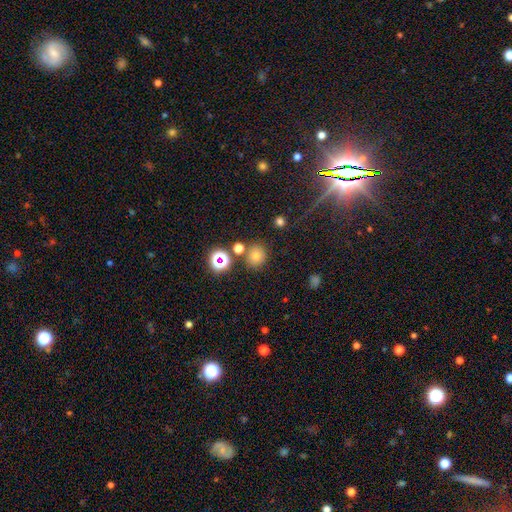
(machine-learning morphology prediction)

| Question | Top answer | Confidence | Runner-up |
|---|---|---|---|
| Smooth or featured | smooth | 61% | star or artifact (30%) |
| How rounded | round | 84% | in between (15%) |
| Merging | none | 82% | minor disturbance (9%) |